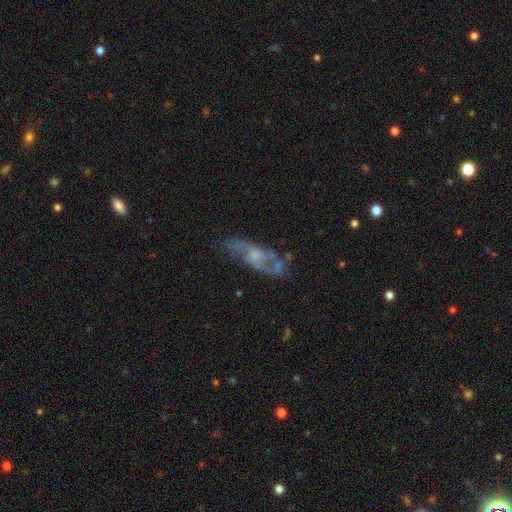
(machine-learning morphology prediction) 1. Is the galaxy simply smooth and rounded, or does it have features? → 74% featured or disk, 18% smooth, 8% star or artifact.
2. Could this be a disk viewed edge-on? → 86% no, 14% yes.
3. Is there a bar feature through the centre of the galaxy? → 60% no, 33% weak, 6% strong.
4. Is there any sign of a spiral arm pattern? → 79% yes, 21% no.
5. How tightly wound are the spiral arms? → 45% loose, 41% medium, 15% tight.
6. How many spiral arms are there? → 65% 2, 21% can't tell, 7% 3, 3% 1, 2% 4, 2% more than 4.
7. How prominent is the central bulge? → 40% small, 29% none, 28% moderate, 3% large, 1% dominant.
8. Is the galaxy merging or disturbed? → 58% none, 22% minor disturbance, 14% major disturbance, 6% merger.